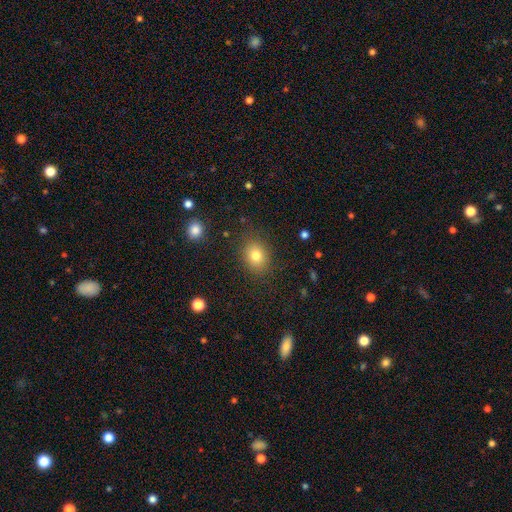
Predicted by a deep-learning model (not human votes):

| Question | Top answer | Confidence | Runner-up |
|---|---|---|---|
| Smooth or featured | smooth | 79% | star or artifact (12%) |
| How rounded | round | 53% | in between (46%) |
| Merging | none | 83% | minor disturbance (11%) |